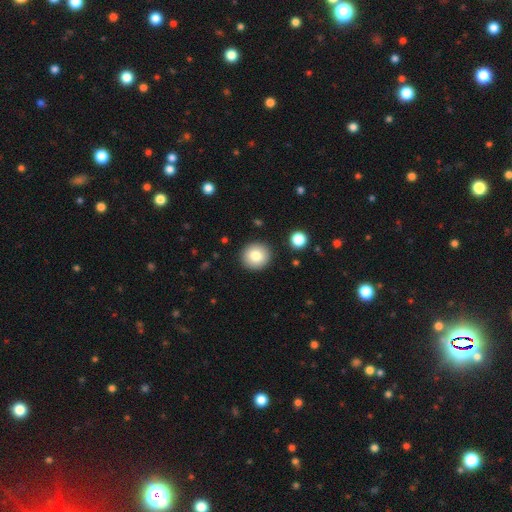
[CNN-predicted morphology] Smooth or featured: smooth — 81% (featured or disk — 10%)
How rounded: round — 92% (in between — 7%)
Merging: none — 90% (minor disturbance — 6%)